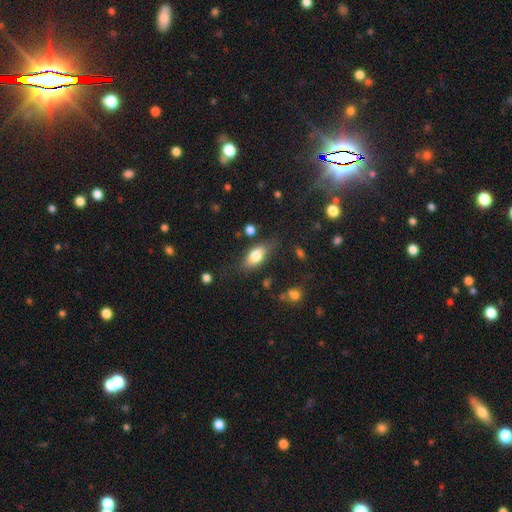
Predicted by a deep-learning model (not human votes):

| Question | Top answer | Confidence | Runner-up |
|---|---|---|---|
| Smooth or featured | smooth | 76% | featured or disk (17%) |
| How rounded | in between | 84% | cigar-shaped (11%) |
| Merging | none | 71% | minor disturbance (19%) |